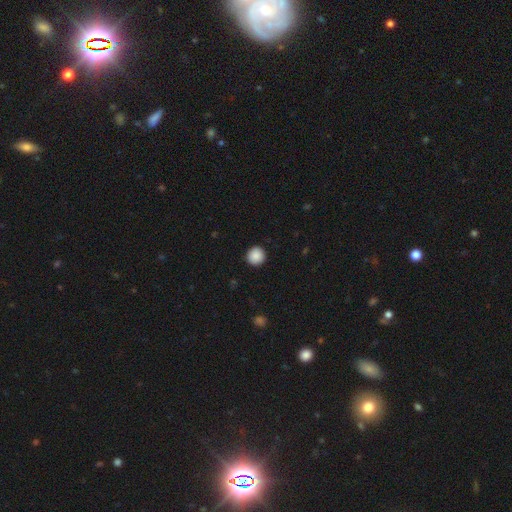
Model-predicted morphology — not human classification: Smooth or featured? Predicted: smooth (p=0.89). How rounded? Predicted: round (p=0.94). Merging? Predicted: none (p=0.92).